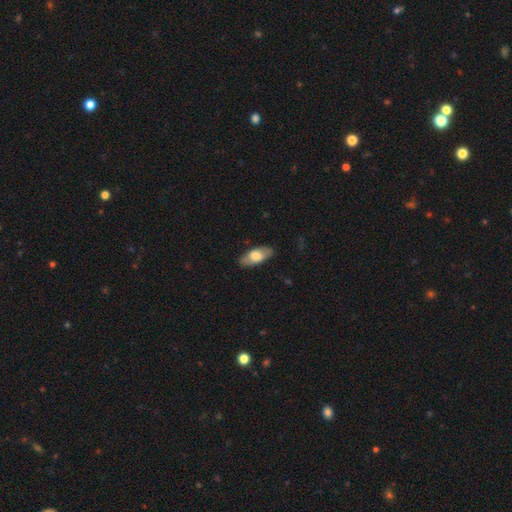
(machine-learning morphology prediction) The model was most divided on "smooth or featured": smooth: 65%, featured or disk: 29%, star or artifact: 5%. More confident: merging — none (84%); how rounded — in between (84%).